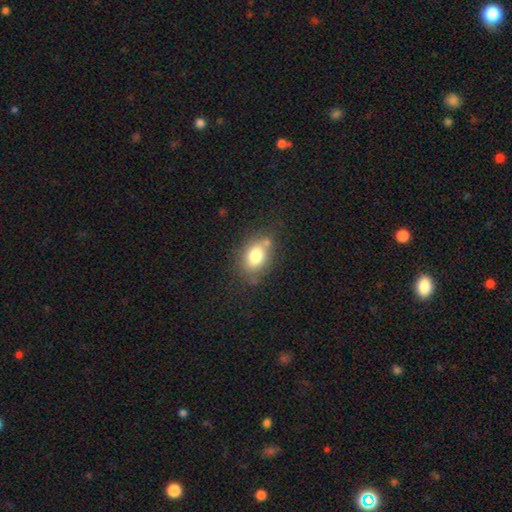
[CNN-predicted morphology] smooth-or-featured: smooth: 77% | featured or disk: 13% | star or artifact: 10%
  how-rounded: in between: 71% | round: 28% | cigar-shaped: 2%
  merging: none: 65% | minor disturbance: 18% | merger: 11% | major disturbance: 6%